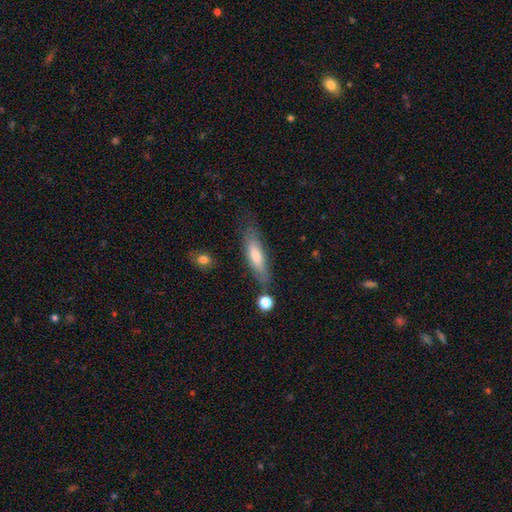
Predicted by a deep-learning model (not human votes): smooth 61%, featured or disk 32%, star or artifact 7%. Down the decision tree: how rounded — cigar-shaped (58%); merging — none (71%).